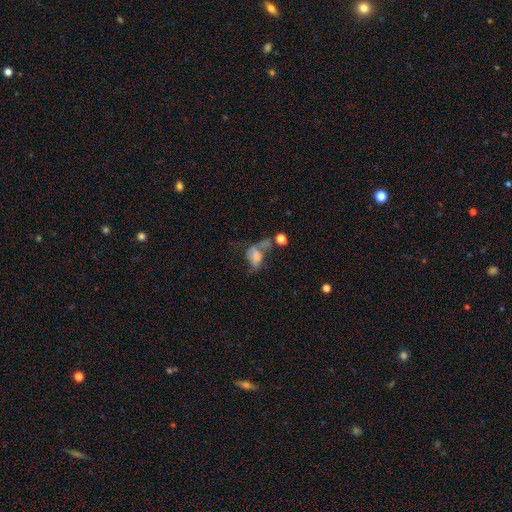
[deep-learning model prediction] The model was most divided on "merging": major disturbance: 39%, merger: 28%, none: 18%, minor disturbance: 16%. More confident: how rounded — in between (80%); smooth or featured — smooth (51%).